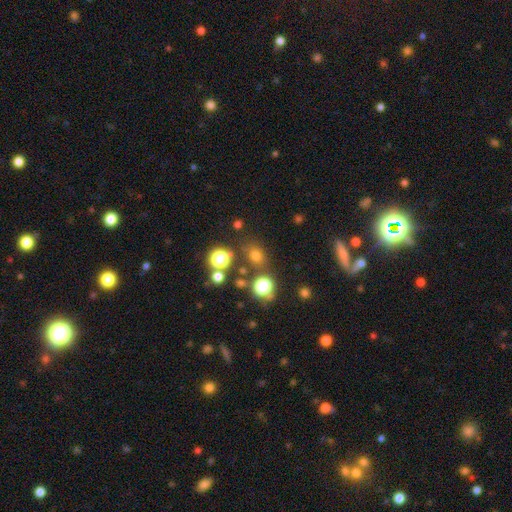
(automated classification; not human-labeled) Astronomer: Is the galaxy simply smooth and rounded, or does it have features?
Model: smooth — 66%.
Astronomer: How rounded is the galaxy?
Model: round — 61% (runner-up: in between, 38%).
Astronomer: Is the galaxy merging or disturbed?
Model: none — 76%.